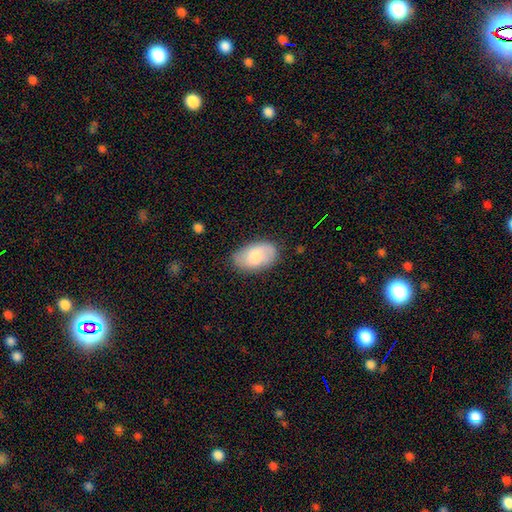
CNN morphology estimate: A smooth galaxy with no disk features (63%) that is in between round and cigar-shaped (93%). Merging: none (79%).